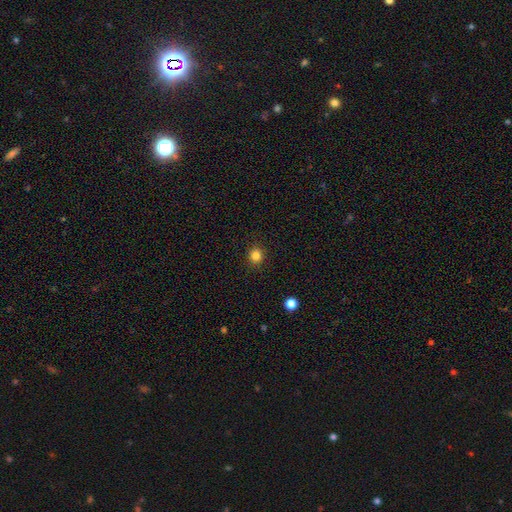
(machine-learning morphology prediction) Overall: smooth (84%). How rounded: round (86%). Merging: none (91%).